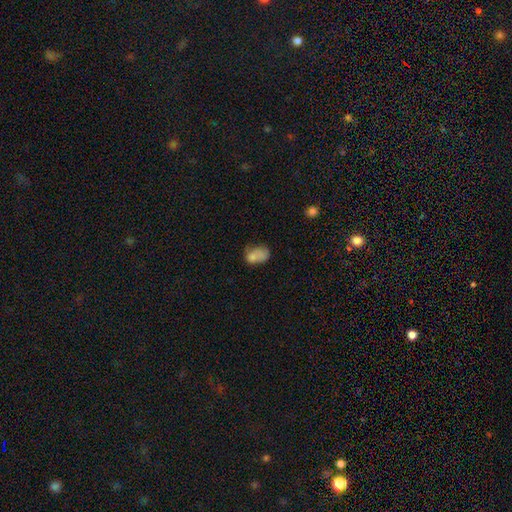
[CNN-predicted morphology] Smooth or featured? smooth (74%)
How rounded? in between (81%)
Merging? none (32%)